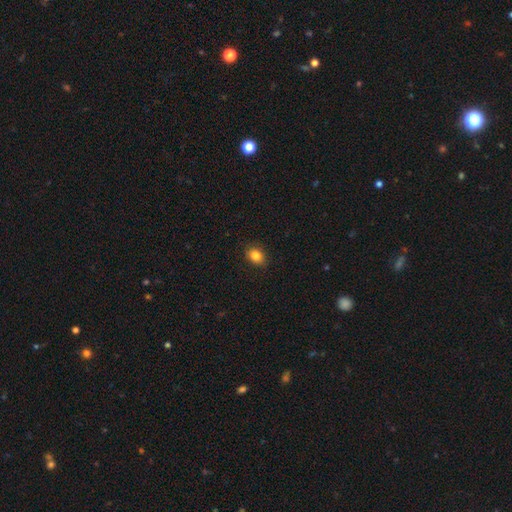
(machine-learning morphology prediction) A smooth galaxy with no disk features (84%) that is in between round and cigar-shaped (64%). Merging: none (89%).